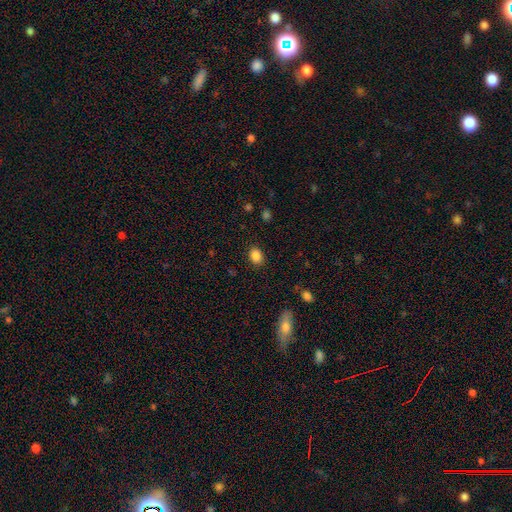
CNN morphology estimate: Smooth or featured? smooth (86%)
How rounded? in between (66%)
Merging? none (87%)